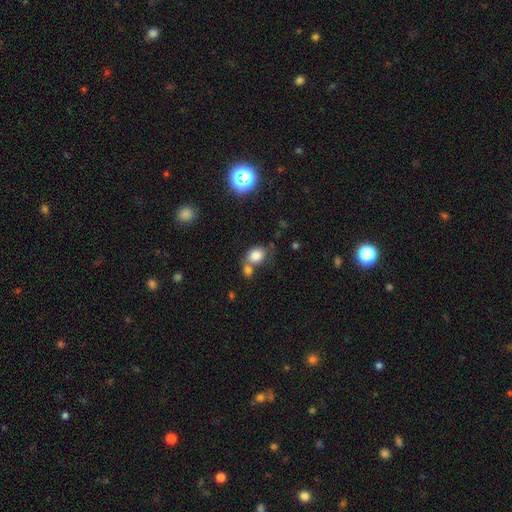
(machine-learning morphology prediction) A smooth galaxy with no disk features (80%) that is round (52%). Merging: none (47%).